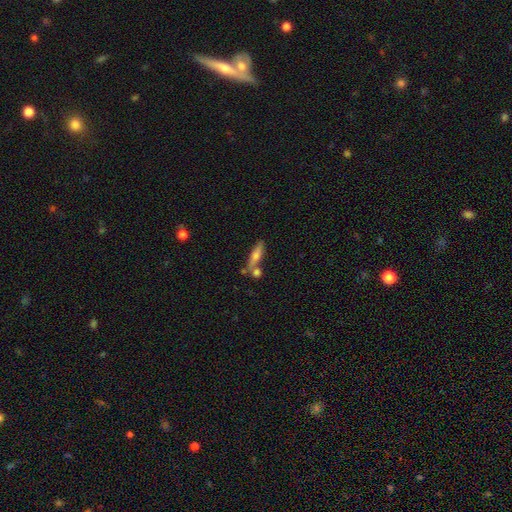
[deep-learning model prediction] Smooth or featured? Predicted: smooth (p=0.51). How rounded? Predicted: cigar-shaped (p=0.72). Merging? Predicted: none (p=0.61).